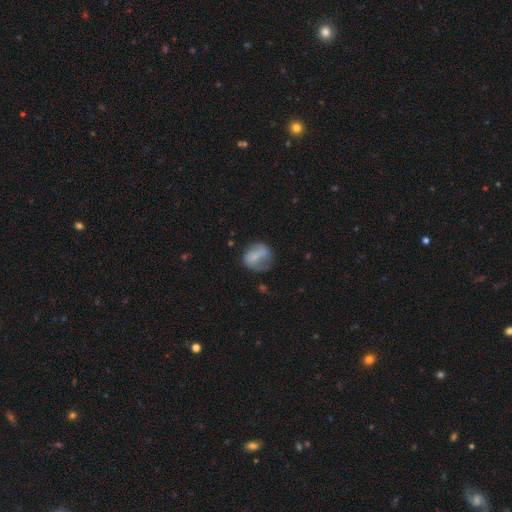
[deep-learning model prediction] smooth_or_featured: smooth (p=0.63) [alt: featured or disk p=0.29]
how_rounded: round (p=0.68) [alt: in between p=0.31]
merging: none (p=0.46) [alt: minor disturbance p=0.28]